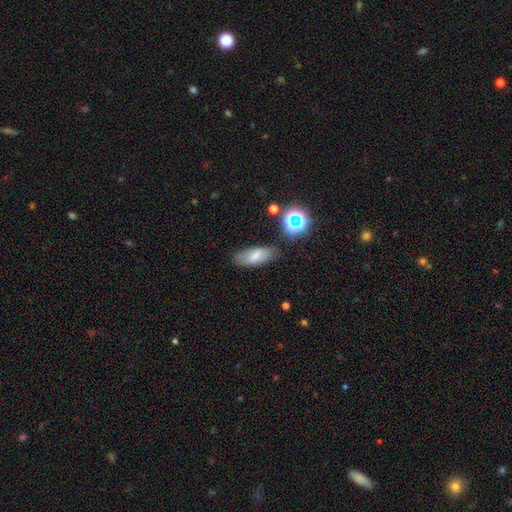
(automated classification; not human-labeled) A smooth galaxy with no disk features (66%) that is in between round and cigar-shaped (78%). Merging: none (78%).